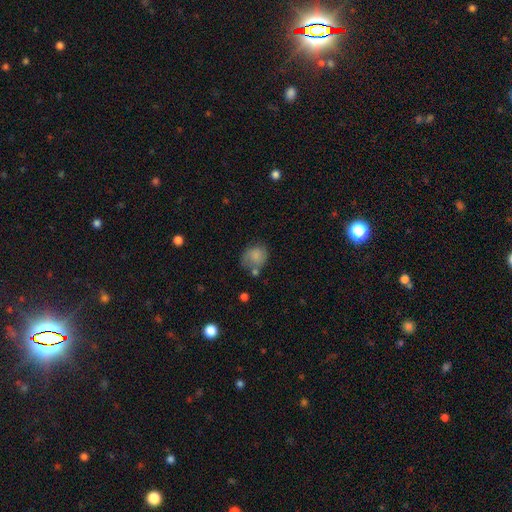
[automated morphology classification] Smooth or featured?
  - smooth: 78% *
  - featured or disk: 13%
  - star or artifact: 9%
How rounded?
  - round: 66% *
  - in between: 33%
  - cigar-shaped: 1%
Merging?
  - none: 54% *
  - minor disturbance: 25%
  - merger: 12%
  - major disturbance: 9%